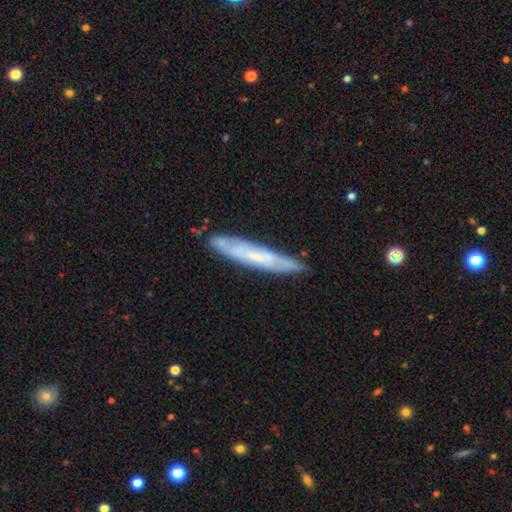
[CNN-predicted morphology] Smooth or featured: featured or disk — 52% (smooth — 41%)
Edge-on disk: yes — 70% (no — 30%)
Merging: none — 83% (minor disturbance — 13%)